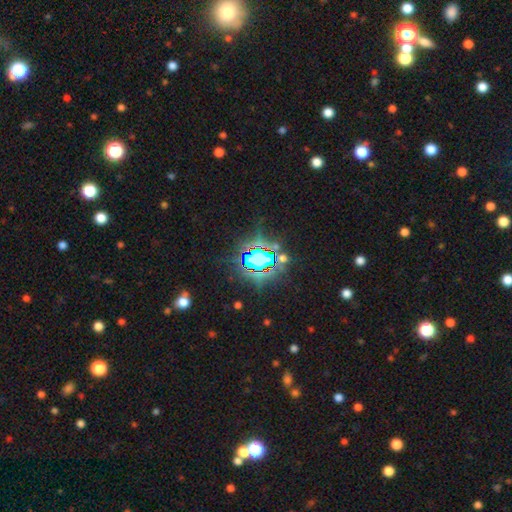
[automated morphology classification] This is clearly a star or artifact rather than a galaxy (82%).